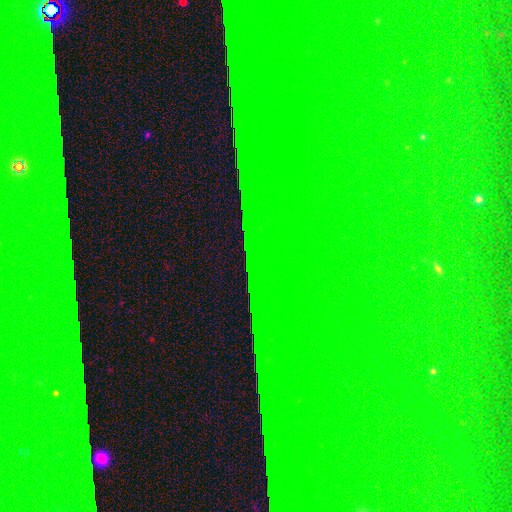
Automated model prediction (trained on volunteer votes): A star or artifact, not a galaxy (86%).